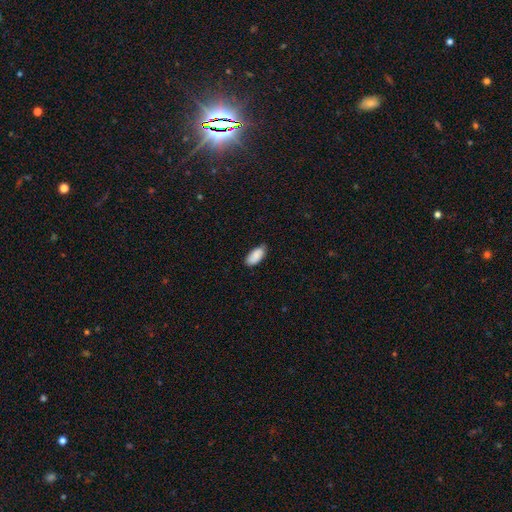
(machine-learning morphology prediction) type=smooth (88%); roundness=in between (92%); merging=none (74%).